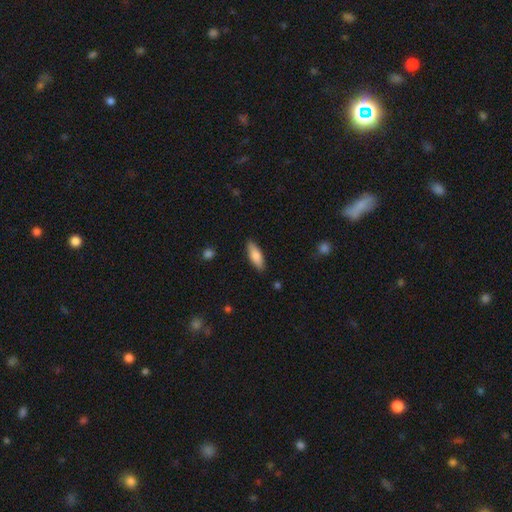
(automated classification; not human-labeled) smooth_or_featured: smooth (p=0.81) [alt: featured or disk p=0.14]
how_rounded: in between (p=0.62) [alt: cigar-shaped p=0.36]
merging: none (p=0.86) [alt: minor disturbance p=0.10]